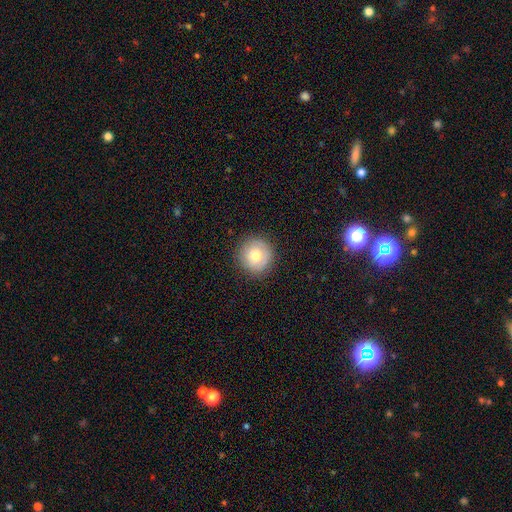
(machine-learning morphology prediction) Smooth or featured? Predicted: smooth (p=0.71). How rounded? Predicted: round (p=0.95). Merging? Predicted: none (p=0.88).